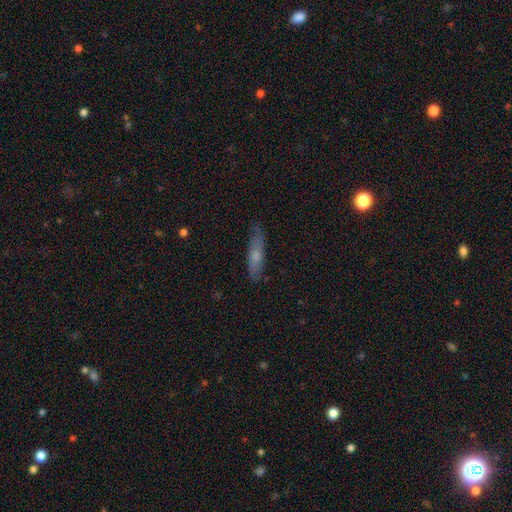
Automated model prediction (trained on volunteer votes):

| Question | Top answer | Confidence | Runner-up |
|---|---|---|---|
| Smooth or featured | smooth | 56% | featured or disk (36%) |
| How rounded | cigar-shaped | 70% | in between (28%) |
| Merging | none | 77% | minor disturbance (18%) |